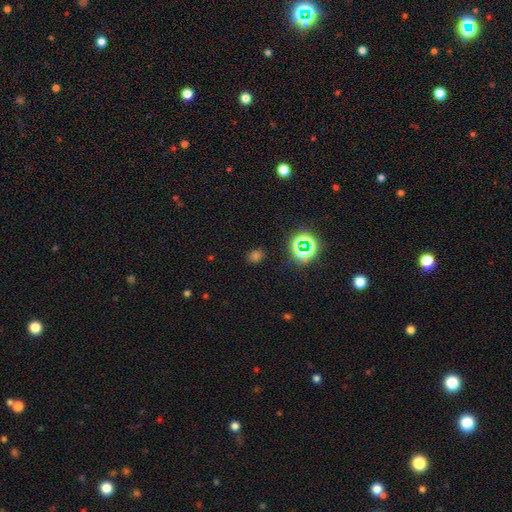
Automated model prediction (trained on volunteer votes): This appears to be a smooth galaxy with no disk features (55%) that is round (69%). Merging: none (85%).